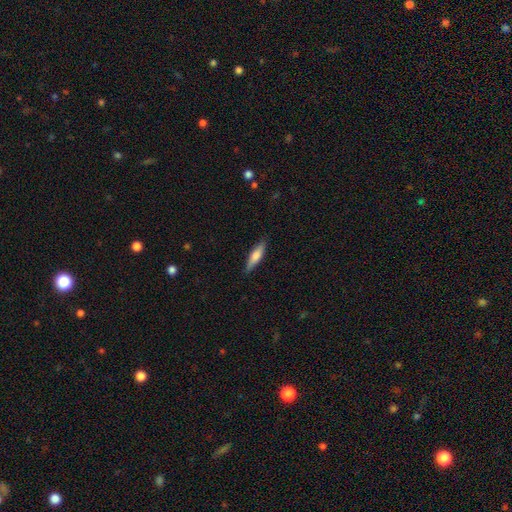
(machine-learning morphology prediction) A smooth galaxy with no disk features (62%) that is cigar-shaped (73%).

Vote fractions:
- Smooth or featured? smooth: 62% / featured or disk: 32% / star or artifact: 6%
- How rounded? cigar-shaped: 73% / in between: 26% / round: 2%
- Merging? none: 87% / minor disturbance: 10% / major disturbance: 2% / merger: 1%